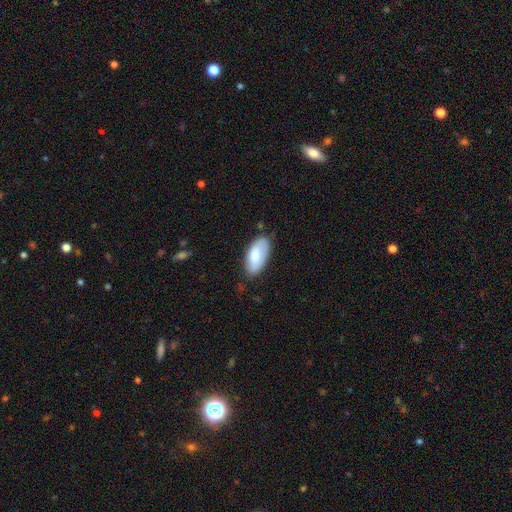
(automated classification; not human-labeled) A smooth galaxy with no disk features (76%) that is in between round and cigar-shaped (92%).

Vote fractions:
- Smooth or featured? smooth: 76% / featured or disk: 19% / star or artifact: 6%
- How rounded? in between: 92% / cigar-shaped: 6% / round: 2%
- Merging? none: 71% / minor disturbance: 22% / major disturbance: 5% / merger: 2%